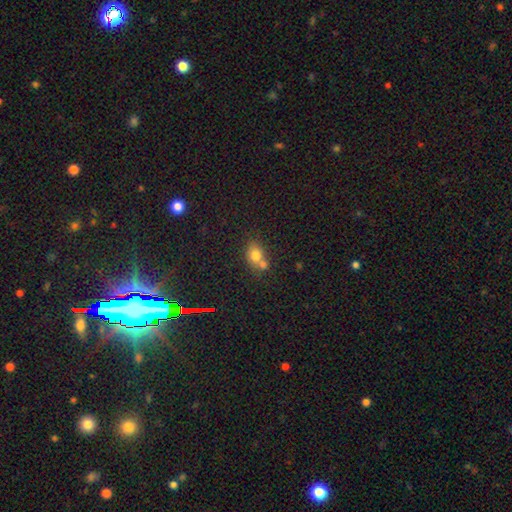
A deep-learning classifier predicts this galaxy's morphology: This appears to be a smooth galaxy with no disk features (75%) that is round (51%). Merging: merger (48%).